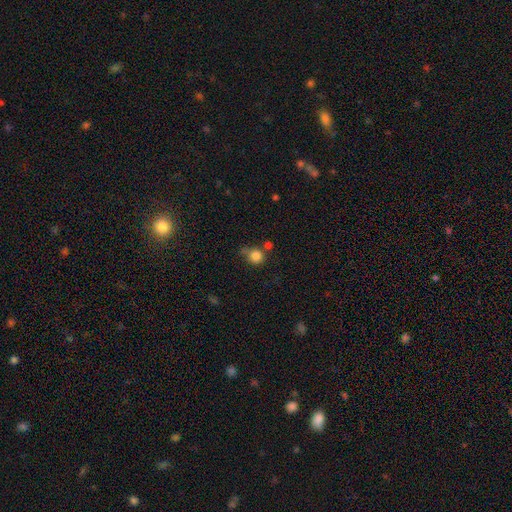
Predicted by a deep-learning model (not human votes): The model was most divided on "merging": none: 57%, minor disturbance: 19%, merger: 17%, major disturbance: 7%. More confident: how rounded — round (87%); smooth or featured — smooth (82%).